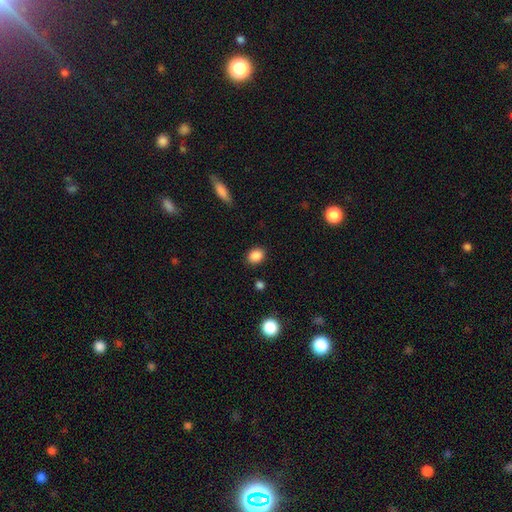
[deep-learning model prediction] smooth_or_featured: smooth (p=0.87) [alt: star or artifact p=0.10]
how_rounded: in between (p=0.51) [alt: round p=0.48]
merging: none (p=0.87) [alt: minor disturbance p=0.09]